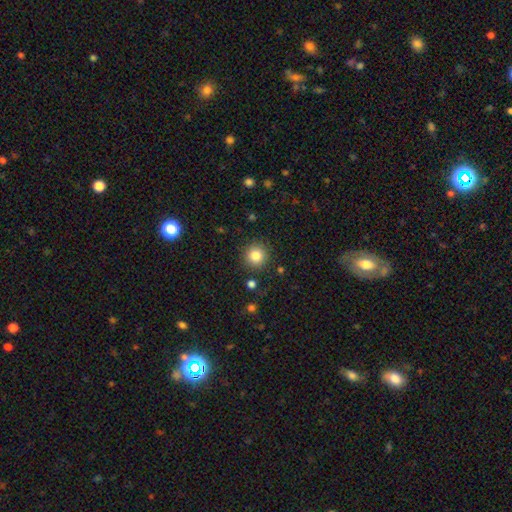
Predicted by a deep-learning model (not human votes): Smooth or featured?
  - smooth: 83% *
  - star or artifact: 11%
  - featured or disk: 6%
How rounded?
  - round: 93% *
  - in between: 6%
  - cigar-shaped: 1%
Merging?
  - none: 89% *
  - minor disturbance: 6%
  - major disturbance: 3%
  - merger: 2%